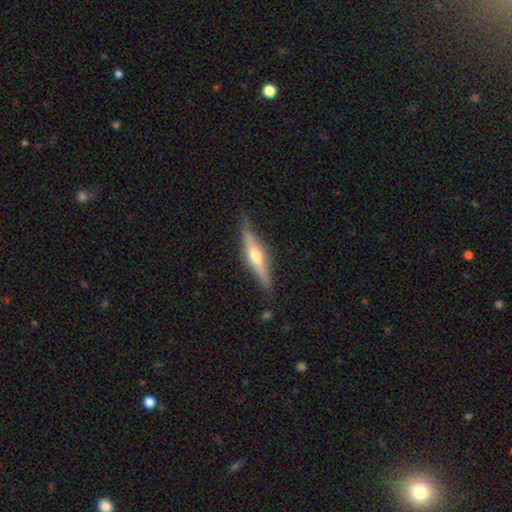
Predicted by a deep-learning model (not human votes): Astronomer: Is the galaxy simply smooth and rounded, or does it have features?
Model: featured or disk — 70%.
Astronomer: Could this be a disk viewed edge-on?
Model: yes — 96%.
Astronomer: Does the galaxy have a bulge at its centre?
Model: rounded — 92%.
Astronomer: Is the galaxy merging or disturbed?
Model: none — 85%.